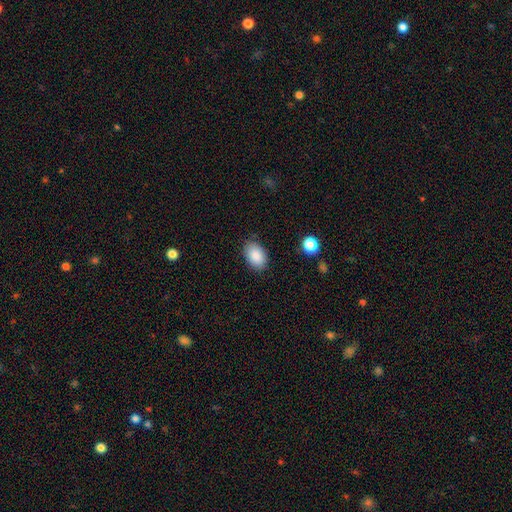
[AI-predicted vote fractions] smooth 88%, star or artifact 7%, featured or disk 4%. Down the decision tree: how rounded — in between (87%); merging — none (85%).